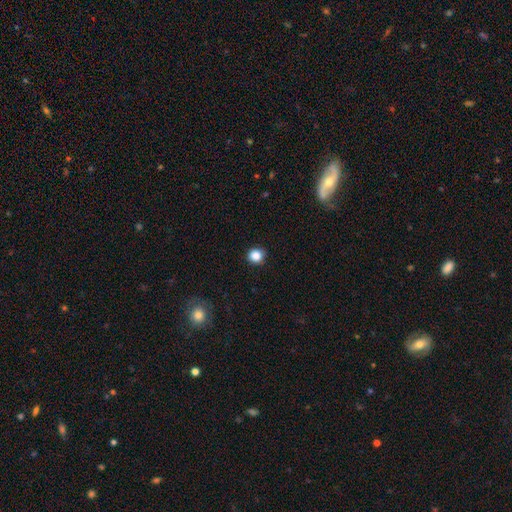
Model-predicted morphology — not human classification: smooth 86%, star or artifact 11%, featured or disk 3%. Down the decision tree: how rounded — round (90%); merging — none (90%).